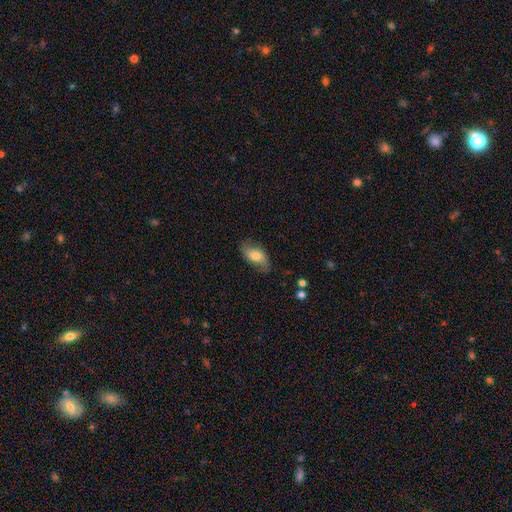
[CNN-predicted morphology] Smooth or featured? smooth (66%)
How rounded? in between (91%)
Merging? none (70%)